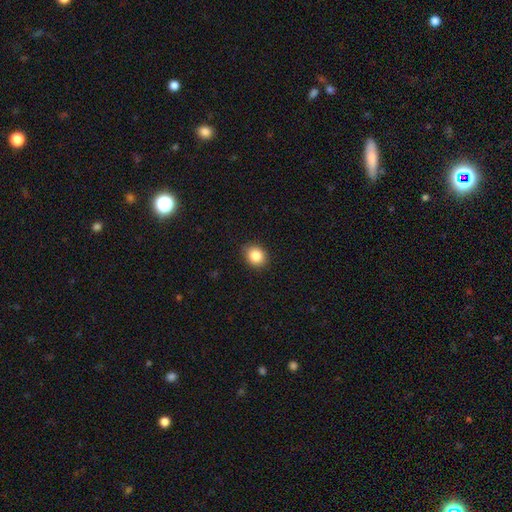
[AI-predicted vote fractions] A smooth galaxy with no disk features (85%) that is round (61%). Merging: none (88%).